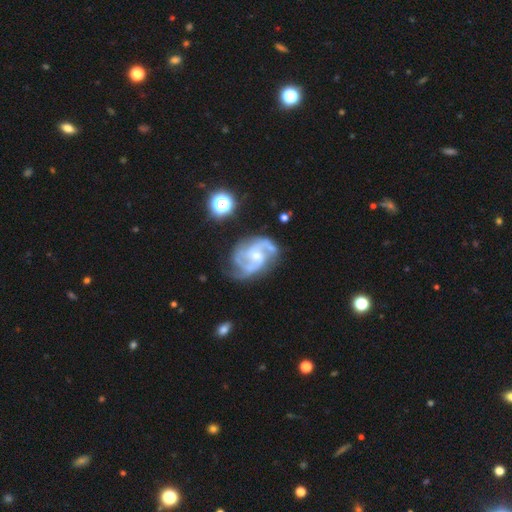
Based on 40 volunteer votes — A featured or disk galaxy (90%) with a weak bar (54%), 2 (71%) medium (71%) spiral arms (100%) and a moderate central bulge (66%).

Vote fractions:
- Smooth or featured? featured or disk: 90% / star or artifact: 8% / smooth: 2%
- Edge-on disk? no: 97% / yes: 3%
- Bar? weak: 54% / no: 34% / strong: 11%
- Spiral arms? yes: 100% / no: 0%
- Spiral winding? medium: 71% / tight: 17% / loose: 11%
- Spiral arm count? 2: 71% / 3: 20% / can't tell: 6% / 4: 3% / 1: 0% / more than 4: 0%
- Bulge size? moderate: 66% / small: 34% / dominant: 0% / large: 0% / none: 0%
- Merging? none: 43% / major disturbance: 30% / minor disturbance: 27% / merger: 0%